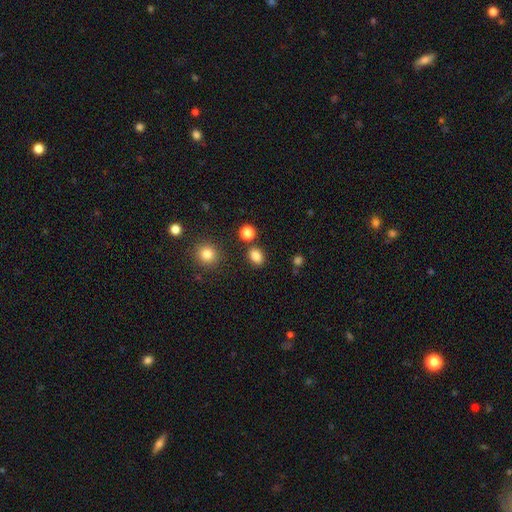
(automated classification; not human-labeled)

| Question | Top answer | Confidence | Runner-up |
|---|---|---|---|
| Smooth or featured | smooth | 84% | star or artifact (12%) |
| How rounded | in between | 67% | round (32%) |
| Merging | none | 80% | minor disturbance (10%) |